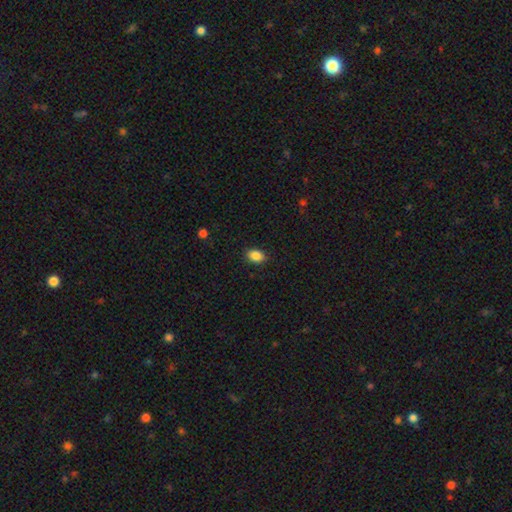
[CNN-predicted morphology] This appears to be a smooth galaxy with no disk features (87%) that is in between round and cigar-shaped (76%). Merging: none (88%).